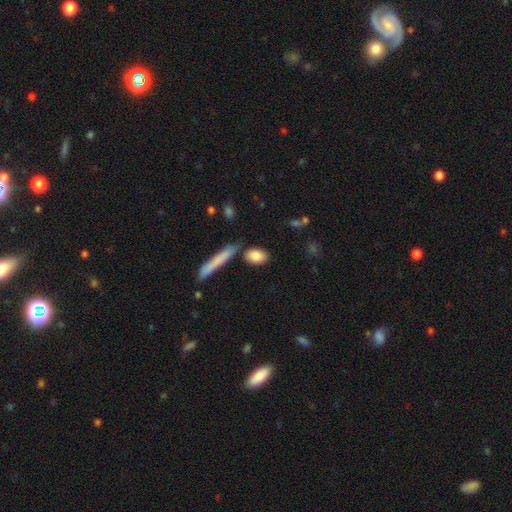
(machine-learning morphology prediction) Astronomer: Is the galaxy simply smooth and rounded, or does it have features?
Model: smooth — 84%.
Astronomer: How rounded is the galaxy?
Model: in between — 79%.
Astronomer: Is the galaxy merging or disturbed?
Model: none — 77%.